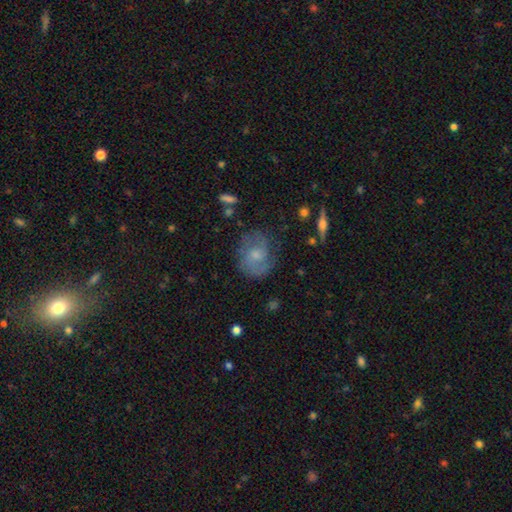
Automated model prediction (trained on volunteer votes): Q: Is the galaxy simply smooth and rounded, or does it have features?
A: featured or disk — 60%.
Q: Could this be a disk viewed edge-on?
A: no — 96%.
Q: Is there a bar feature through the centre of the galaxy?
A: no — 62%.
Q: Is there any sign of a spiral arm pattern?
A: yes — 84%.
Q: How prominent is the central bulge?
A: small — 47%.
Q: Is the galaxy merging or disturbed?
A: none — 70%.